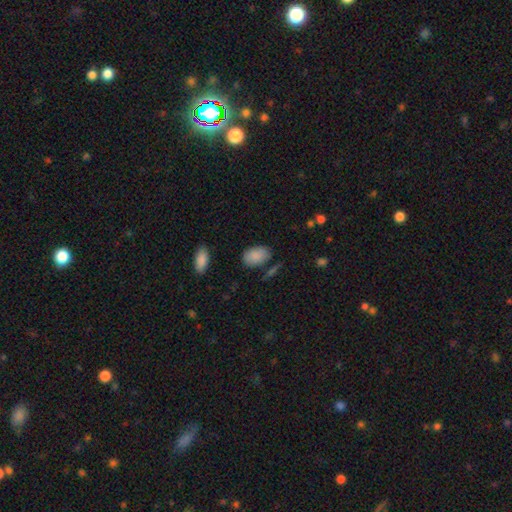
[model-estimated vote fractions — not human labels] A smooth galaxy with no disk features (88%) that is in between round and cigar-shaped (89%).

Vote fractions:
- Smooth or featured? smooth: 88% / star or artifact: 7% / featured or disk: 5%
- How rounded? in between: 89% / round: 9% / cigar-shaped: 1%
- Merging? none: 75% / minor disturbance: 17% / major disturbance: 4% / merger: 4%